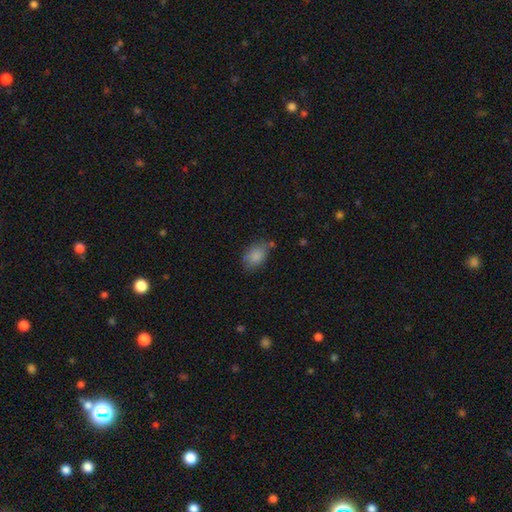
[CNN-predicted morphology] Smooth or featured: smooth — 84% (star or artifact — 9%)
How rounded: in between — 85% (round — 14%)
Merging: none — 62% (minor disturbance — 26%)